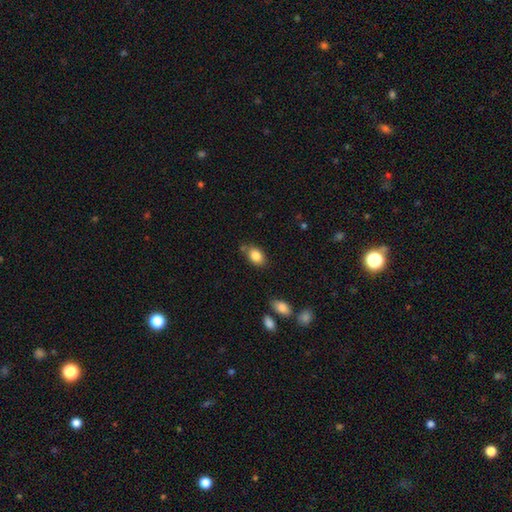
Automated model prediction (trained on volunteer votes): A smooth galaxy with no disk features (85%) that is in between round and cigar-shaped (84%).

Vote fractions:
- Smooth or featured? smooth: 85% / star or artifact: 8% / featured or disk: 6%
- How rounded? in between: 84% / round: 15% / cigar-shaped: 2%
- Merging? none: 69% / minor disturbance: 20% / merger: 8% / major disturbance: 4%